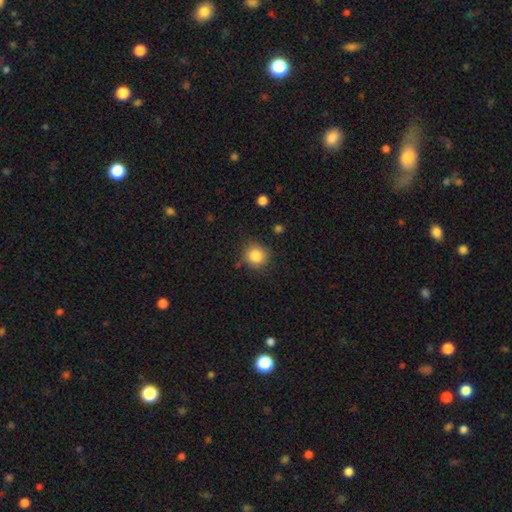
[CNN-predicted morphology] smooth_or_featured: smooth (p=0.85) [alt: star or artifact p=0.10]
how_rounded: round (p=0.90) [alt: in between p=0.09]
merging: none (p=0.85) [alt: minor disturbance p=0.10]